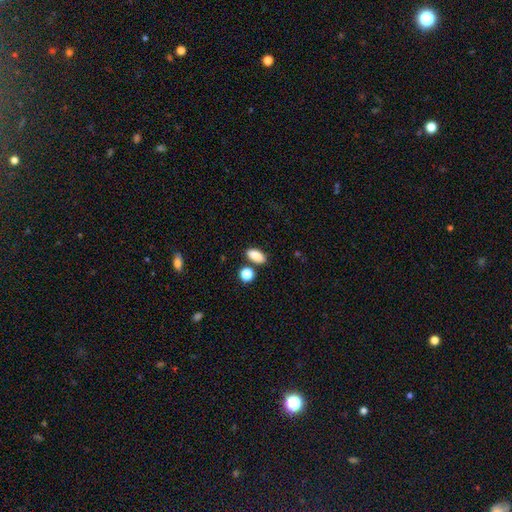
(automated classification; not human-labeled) smooth_or_featured: smooth (p=0.87) [alt: star or artifact p=0.08]
how_rounded: in between (p=0.88) [alt: round p=0.07]
merging: none (p=0.78) [alt: minor disturbance p=0.10]